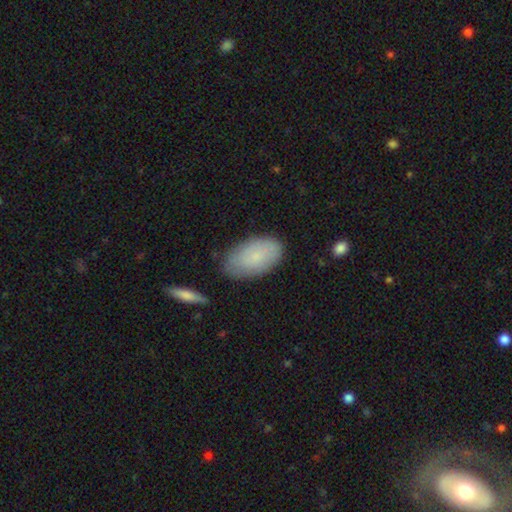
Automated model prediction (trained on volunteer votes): smooth_or_featured: smooth (p=0.75) [alt: featured or disk p=0.19]
how_rounded: in between (p=0.94) [alt: round p=0.04]
merging: none (p=0.77) [alt: minor disturbance p=0.17]